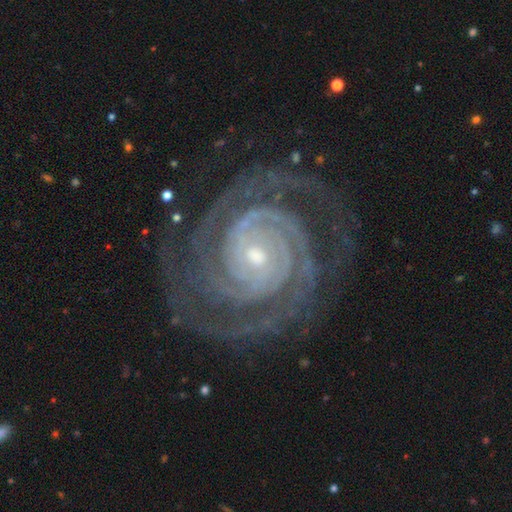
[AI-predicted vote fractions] This appears to be a featured or disk galaxy (93%) with no bar (60%), 2 (46%) tight (86%) spiral arms (99%) and a small central bulge (67%). Merging: none (80%).